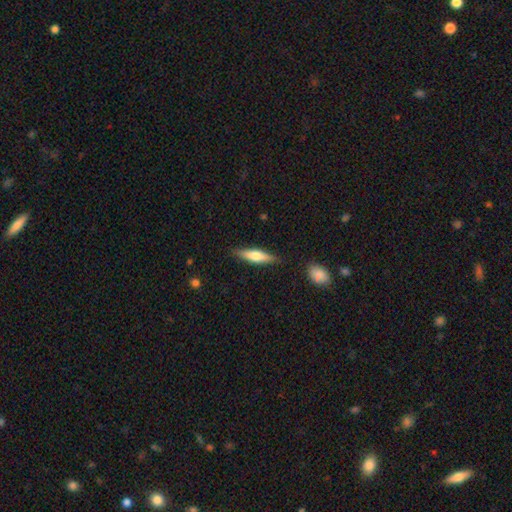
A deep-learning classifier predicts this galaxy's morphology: smooth 56%, featured or disk 38%, star or artifact 6%. Down the decision tree: how rounded — cigar-shaped (73%); merging — none (86%).